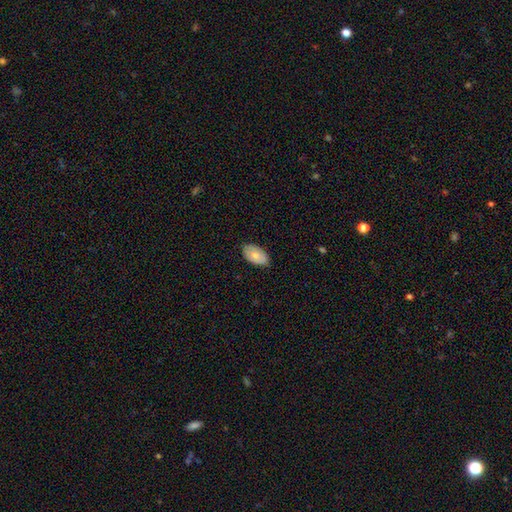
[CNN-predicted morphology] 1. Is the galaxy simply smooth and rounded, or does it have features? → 75% smooth, 19% featured or disk, 6% star or artifact.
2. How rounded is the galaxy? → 94% in between, 4% round, 1% cigar-shaped.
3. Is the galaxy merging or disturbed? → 82% none, 15% minor disturbance, 2% major disturbance, 1% merger.